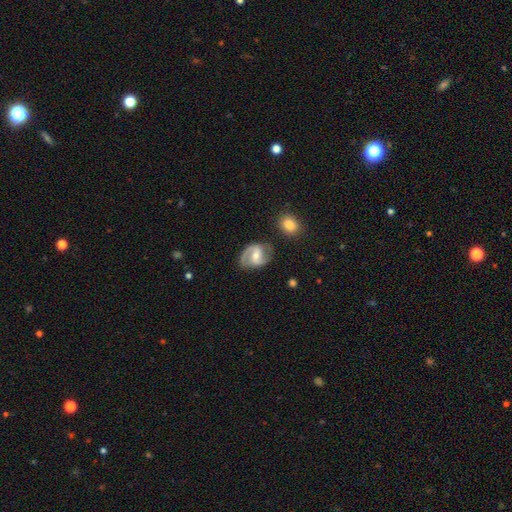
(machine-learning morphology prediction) Q: Smooth or featured?
A: featured or disk (84%); runner-up: smooth (11%)
Q: Edge-on disk?
A: no (97%); runner-up: yes (3%)
Q: Bar?
A: weak (49%); runner-up: strong (26%)
Q: Spiral arms?
A: yes (95%); runner-up: no (5%)
Q: Spiral winding?
A: medium (55%); runner-up: loose (25%)
Q: Spiral arm count?
A: 2 (91%); runner-up: can't tell (3%)
Q: Bulge size?
A: moderate (56%); runner-up: small (38%)
Q: Merging?
A: none (78%); runner-up: minor disturbance (15%)